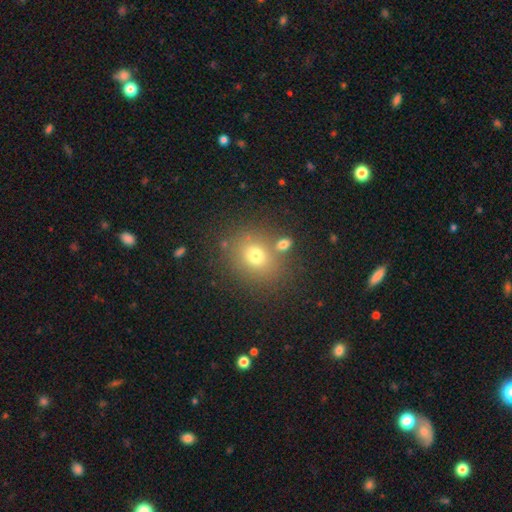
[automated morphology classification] Smooth or featured: smooth — 71% (star or artifact — 16%)
How rounded: round — 65% (in between — 34%)
Merging: none — 73% (merger — 12%)